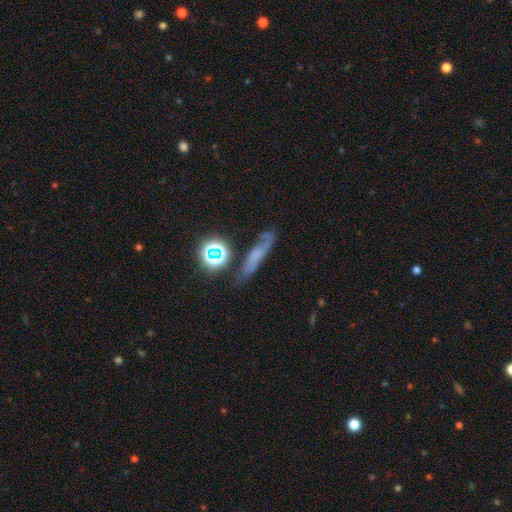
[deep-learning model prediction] Smooth or featured? featured or disk (39%)
Merging? none (61%)